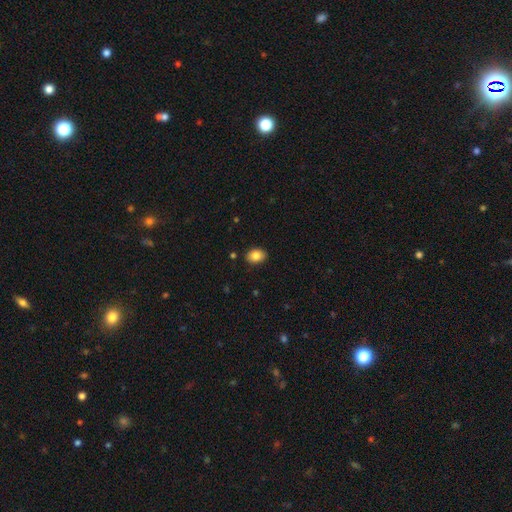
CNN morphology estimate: Smooth or featured? Predicted: smooth (p=0.85). How rounded? Predicted: in between (p=0.67). Merging? Predicted: none (p=0.88).